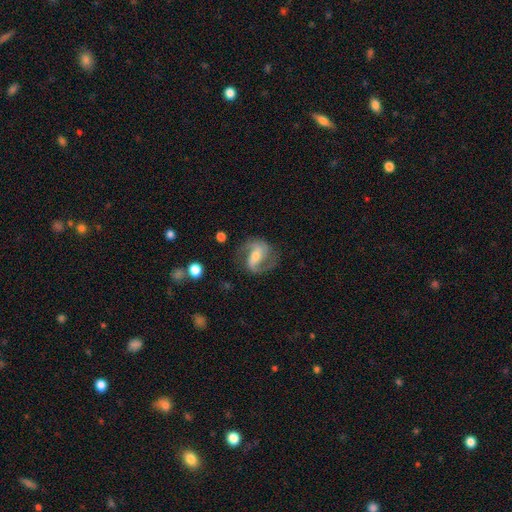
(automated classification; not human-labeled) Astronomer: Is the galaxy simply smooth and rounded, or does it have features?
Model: featured or disk — 86%.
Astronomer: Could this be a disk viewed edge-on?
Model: no — 97%.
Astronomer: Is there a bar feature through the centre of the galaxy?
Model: weak — 40% (runner-up: strong, 39%).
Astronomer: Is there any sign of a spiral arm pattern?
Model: yes — 96%.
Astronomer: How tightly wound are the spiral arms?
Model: medium — 52% (runner-up: loose, 31%).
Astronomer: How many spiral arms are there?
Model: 2 — 88%.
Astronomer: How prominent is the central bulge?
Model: moderate — 51% (runner-up: small, 39%).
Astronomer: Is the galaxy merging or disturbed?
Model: none — 75%.